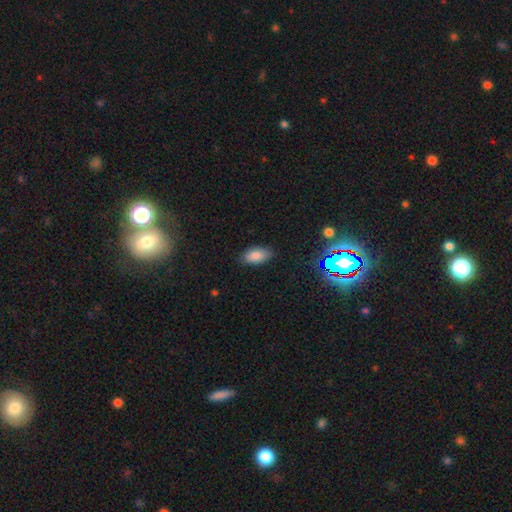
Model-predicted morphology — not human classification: Smooth or featured? smooth (85%)
How rounded? in between (92%)
Merging? none (83%)